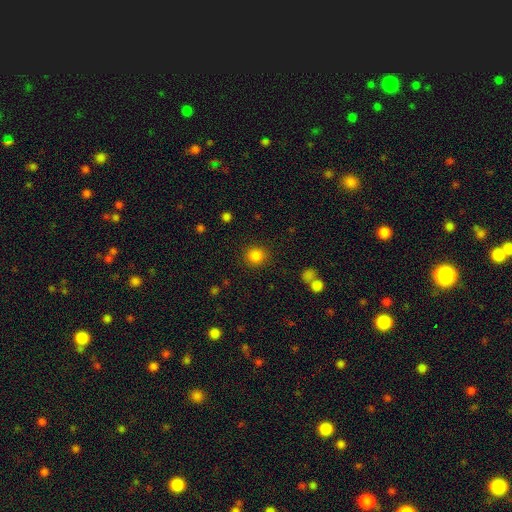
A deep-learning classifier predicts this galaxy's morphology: The model was most divided on "smooth or featured": smooth: 84%, star or artifact: 12%, featured or disk: 4%. More confident: how rounded — round (89%); merging — none (89%).